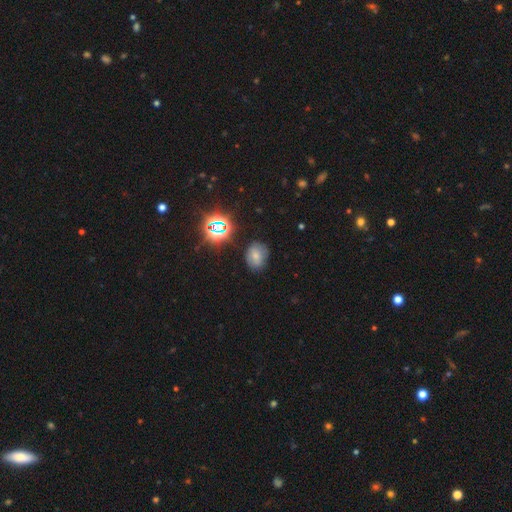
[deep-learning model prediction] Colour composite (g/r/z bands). It shows a smooth galaxy with no disk features (62%) that is in between round and cigar-shaped (53%). Merging: none (77%).